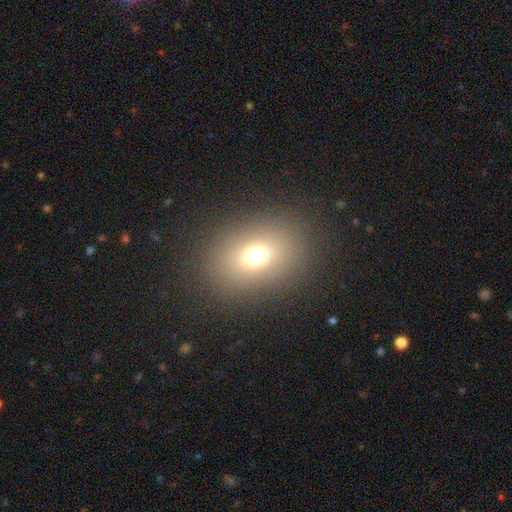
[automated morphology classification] Smooth or featured? smooth (71%)
How rounded? in between (64%)
Merging? none (86%)